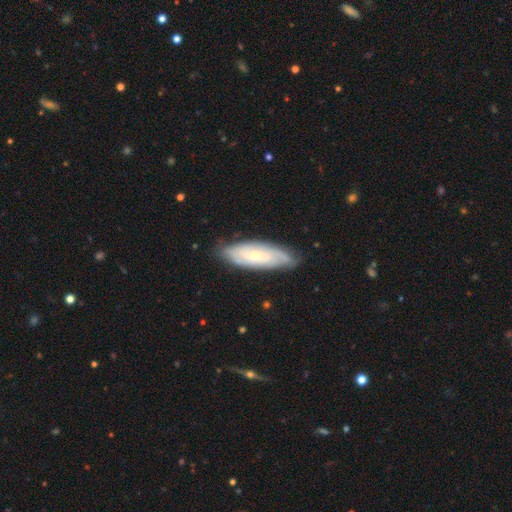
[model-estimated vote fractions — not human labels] The model was most divided on "smooth or featured": featured or disk: 64%, smooth: 30%, star or artifact: 6%. More confident: spiral arms — yes (86%); edge-on disk — no (82%); merging — none (77%); bar — no (72%); bulge size — small (66%).